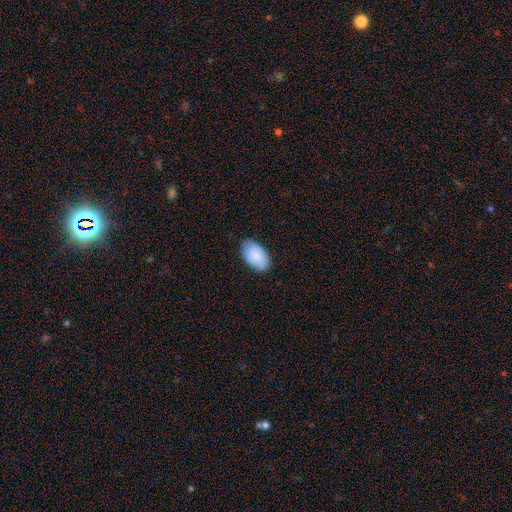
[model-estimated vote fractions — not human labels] Smooth or featured? Predicted: smooth (p=0.86). How rounded? Predicted: in between (p=0.94). Merging? Predicted: none (p=0.81).